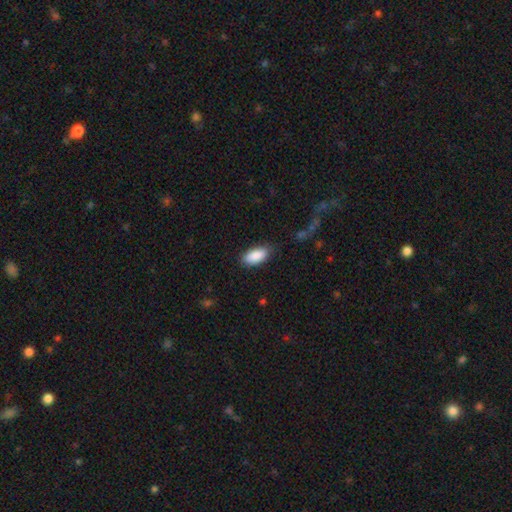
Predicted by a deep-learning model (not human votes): Smooth or featured: smooth — 89% (star or artifact — 6%)
How rounded: in between — 91% (cigar-shaped — 7%)
Merging: none — 81% (minor disturbance — 14%)